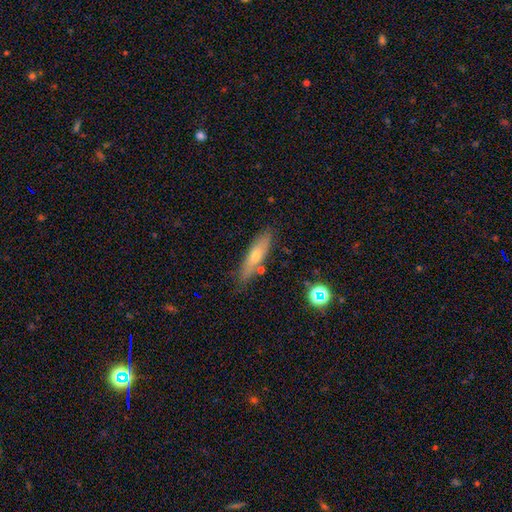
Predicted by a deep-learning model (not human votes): Q: Smooth or featured?
A: smooth (55%); runner-up: featured or disk (37%)
Q: How rounded?
A: cigar-shaped (73%); runner-up: in between (25%)
Q: Merging?
A: none (79%); runner-up: minor disturbance (14%)